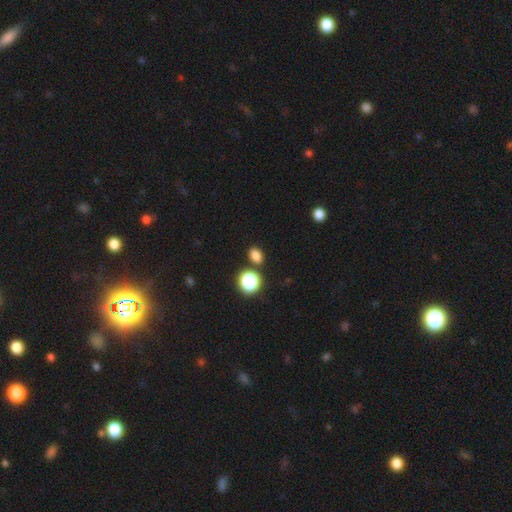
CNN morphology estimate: A smooth galaxy with no disk features (79%) that is in between round and cigar-shaped (69%).

Vote fractions:
- Smooth or featured? smooth: 79% / star or artifact: 17% / featured or disk: 5%
- How rounded? in between: 69% / round: 30% / cigar-shaped: 2%
- Merging? none: 80% / minor disturbance: 10% / merger: 7% / major disturbance: 3%